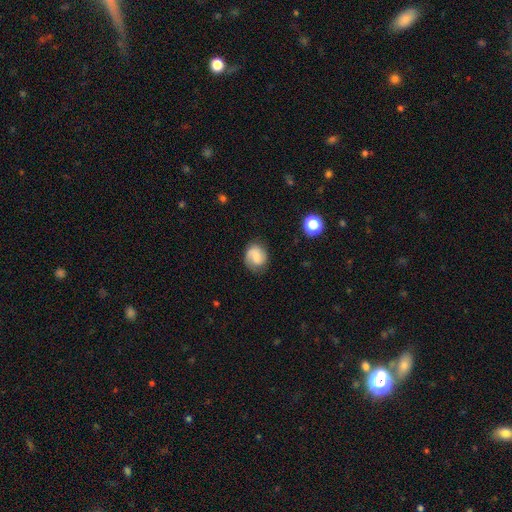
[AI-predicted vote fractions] Overall: smooth (51%; featured or disk 40%). How rounded: round (67%; in between 32%). Merging: none (74%).